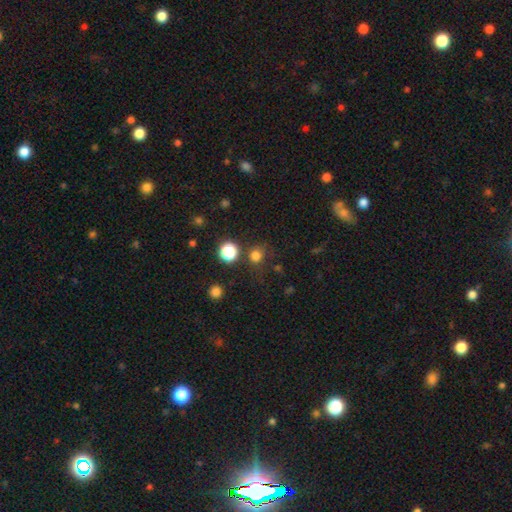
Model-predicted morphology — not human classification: This is likely a smooth galaxy (74%). How rounded: clearly round (87%). Merging: likely none (76%).